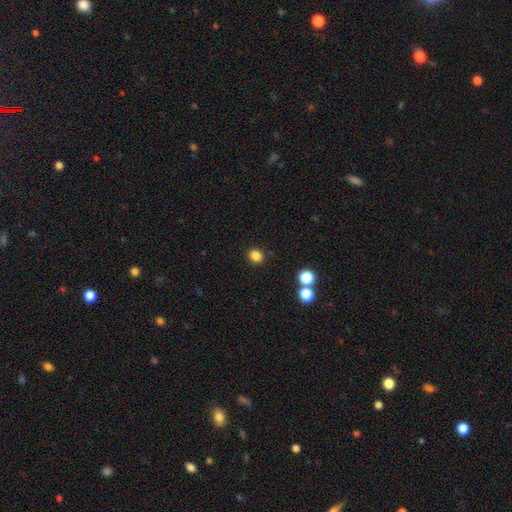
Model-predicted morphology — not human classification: smooth-or-featured: smooth: 84% | star or artifact: 12% | featured or disk: 4%
  how-rounded: round: 63% | in between: 36% | cigar-shaped: 1%
  merging: none: 87% | minor disturbance: 7% | merger: 3% | major disturbance: 2%